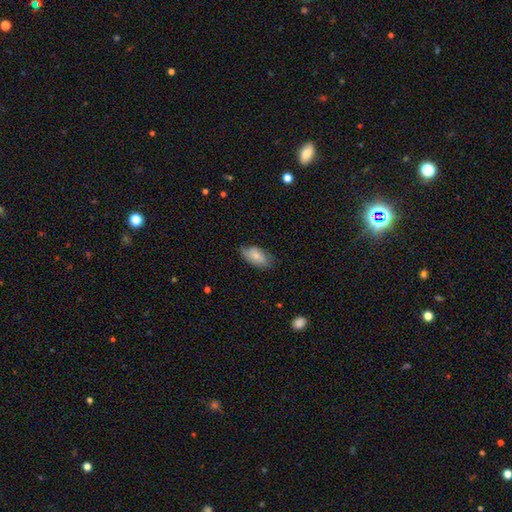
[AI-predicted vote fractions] This is likely a smooth galaxy (74%). How rounded: clearly in between (93%). Merging: likely none (70%).